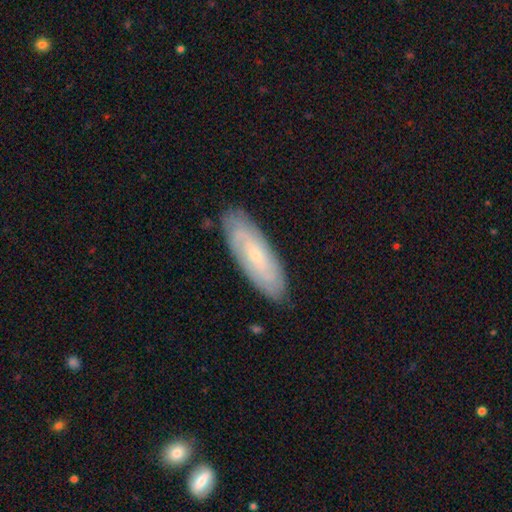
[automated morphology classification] featured or disk 62%, smooth 31%, star or artifact 7%. Down the decision tree: edge-on disk — no (82%); bar — no (67%); spiral arms — yes (82%); bulge size — small (75%); merging — none (84%).